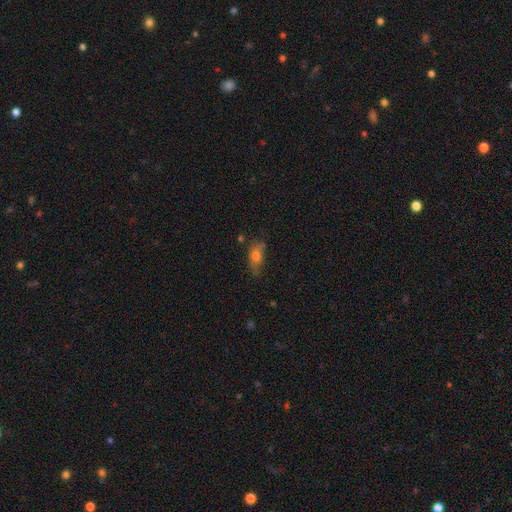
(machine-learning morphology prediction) Overall: smooth (68%). How rounded: in between (75%). Merging: none (52%; minor disturbance 31%).